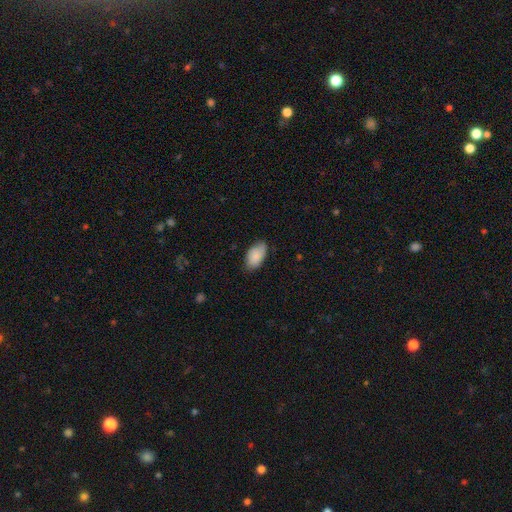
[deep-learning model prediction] smooth 84%, featured or disk 9%, star or artifact 6%. Down the decision tree: how rounded — in between (94%); merging — none (73%).